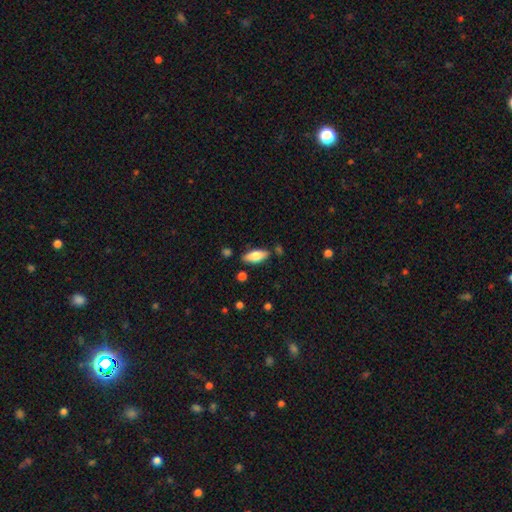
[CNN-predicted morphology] A smooth galaxy with no disk features (72%) that is in between round and cigar-shaped (75%). Merging: none (81%).